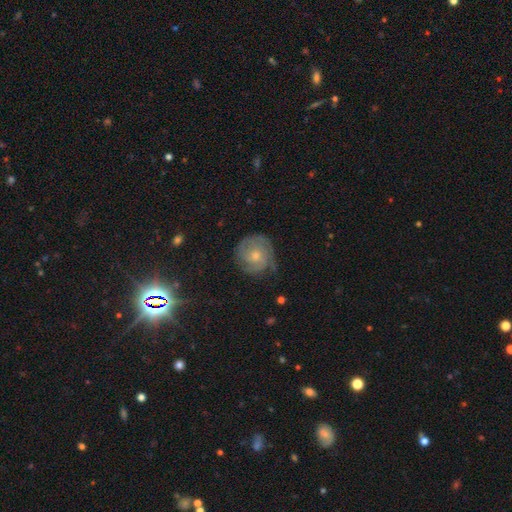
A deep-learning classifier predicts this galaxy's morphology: This is likely a featured or disk galaxy (68%). It is clearly not viewed edge-on (97%). Bar: likely no (76%). Spiral arm pattern: clearly yes (91%). Spiral arm count: marginally can't tell (30%). Spiral winding: likely tight (63%). Central bulge: possibly small (52%). Merging: likely none (69%).